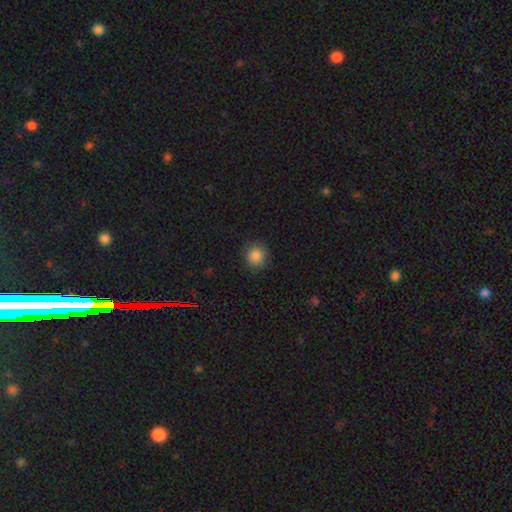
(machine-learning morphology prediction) Smooth or featured: smooth — 86% (star or artifact — 10%)
How rounded: round — 88% (in between — 11%)
Merging: none — 87% (minor disturbance — 9%)